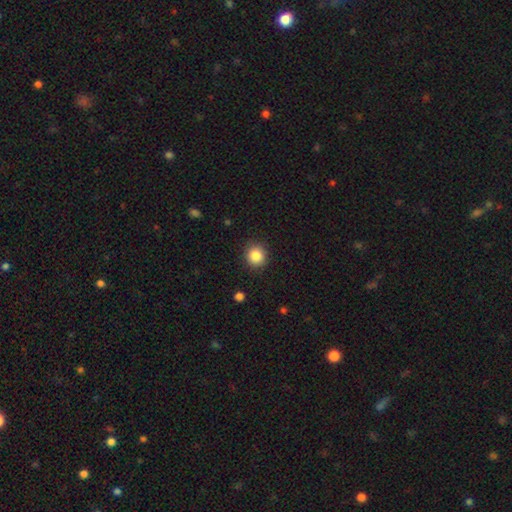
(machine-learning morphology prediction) Q: Smooth or featured?
A: smooth (86%); runner-up: star or artifact (10%)
Q: How rounded?
A: round (90%); runner-up: in between (9%)
Q: Merging?
A: none (90%); runner-up: minor disturbance (7%)